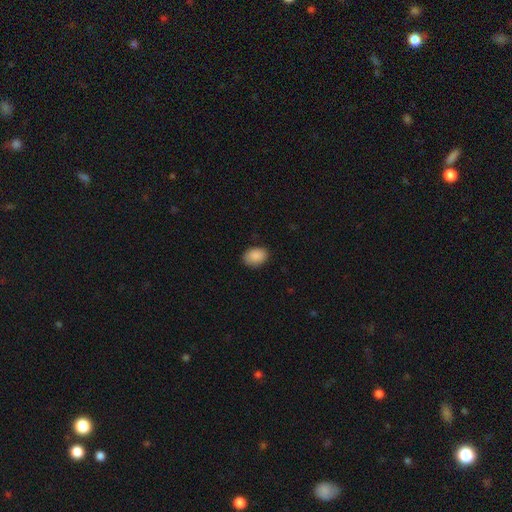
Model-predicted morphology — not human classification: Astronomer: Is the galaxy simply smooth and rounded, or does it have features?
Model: smooth — 90%.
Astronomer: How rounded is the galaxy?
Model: in between — 77%.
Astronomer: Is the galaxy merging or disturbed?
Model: none — 83%.